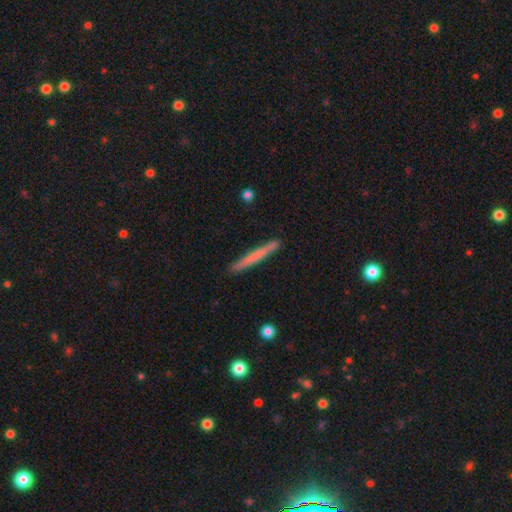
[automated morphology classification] Overall: smooth (63%; featured or disk 32%). How rounded: cigar-shaped (97%). Merging: none (89%).